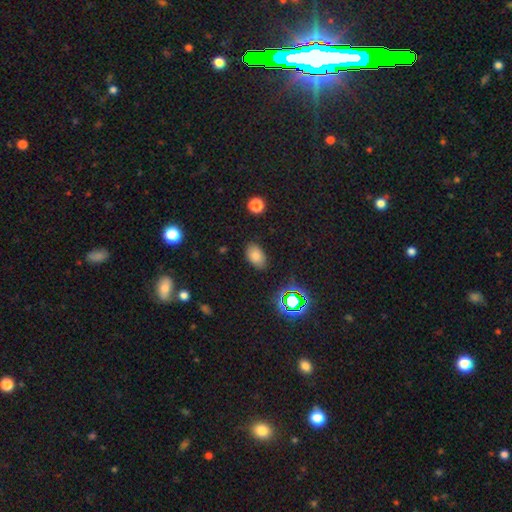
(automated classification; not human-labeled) This is likely a smooth galaxy (76%). How rounded: clearly in between (89%). Merging: clearly none (85%).